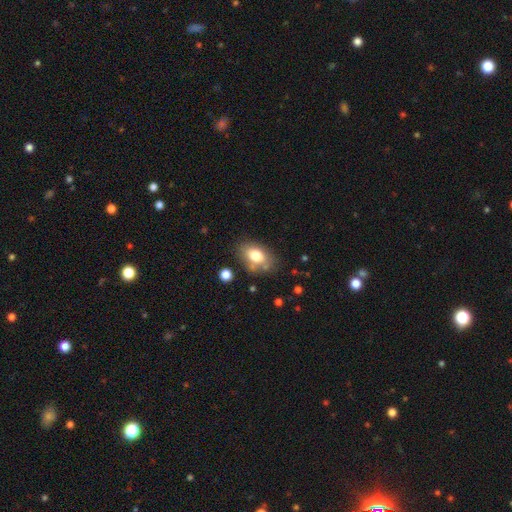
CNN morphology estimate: smooth 75%, featured or disk 17%, star or artifact 9%. Down the decision tree: how rounded — in between (84%); merging — none (71%).